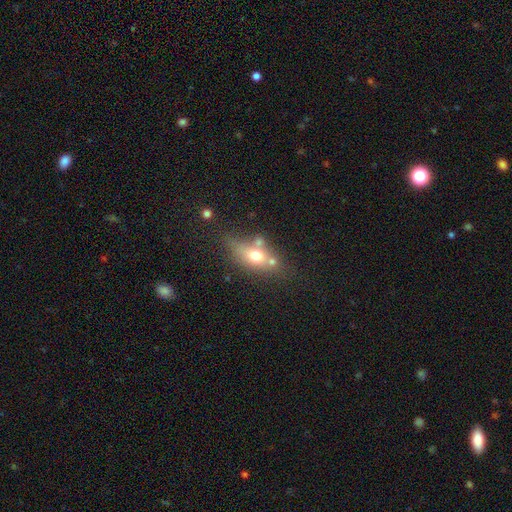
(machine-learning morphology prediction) Smooth or featured?
  - smooth: 61% *
  - featured or disk: 29%
  - star or artifact: 11%
How rounded?
  - in between: 65% *
  - round: 18%
  - cigar-shaped: 16%
Merging?
  - none: 49% *
  - merger: 24%
  - minor disturbance: 17%
  - major disturbance: 9%